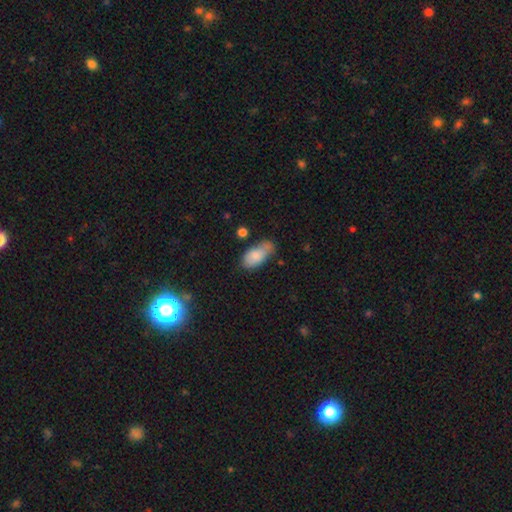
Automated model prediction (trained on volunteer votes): Q: Smooth or featured?
A: smooth (81%); runner-up: featured or disk (12%)
Q: How rounded?
A: in between (91%); runner-up: cigar-shaped (6%)
Q: Merging?
A: none (51%); runner-up: minor disturbance (31%)